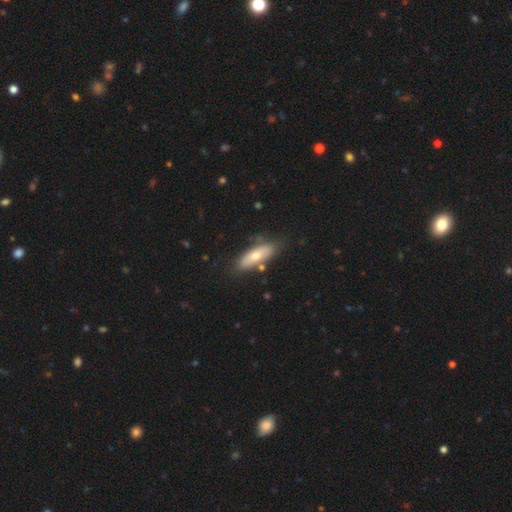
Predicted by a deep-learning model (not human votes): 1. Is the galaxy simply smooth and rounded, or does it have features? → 64% smooth, 30% featured or disk, 6% star or artifact.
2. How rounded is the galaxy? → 64% in between, 34% cigar-shaped, 2% round.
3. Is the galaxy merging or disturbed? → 74% none, 16% minor disturbance, 6% merger, 4% major disturbance.